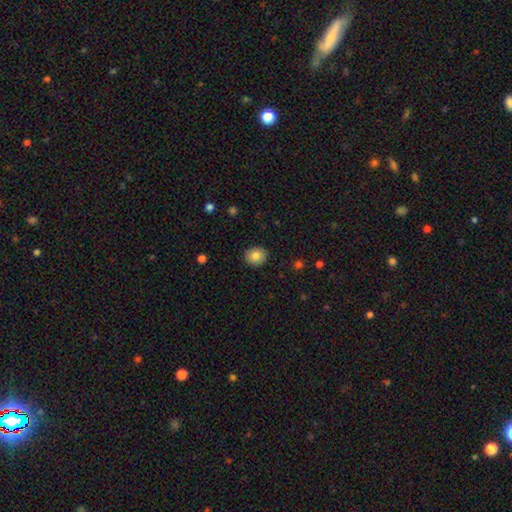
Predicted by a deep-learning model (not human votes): This is clearly a smooth galaxy (84%). How rounded: likely round (75%). Merging: clearly none (90%).